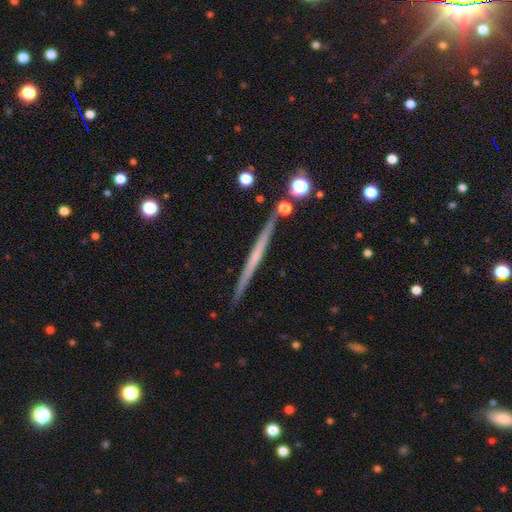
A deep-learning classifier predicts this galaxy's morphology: The model was most divided on "smooth or featured": featured or disk: 62%, smooth: 31%, star or artifact: 7%. More confident: edge-on disk — yes (98%); merging — none (89%); edge-on bulge — none (87%).